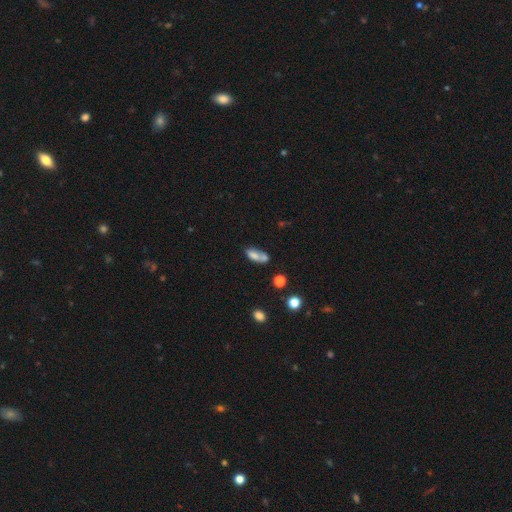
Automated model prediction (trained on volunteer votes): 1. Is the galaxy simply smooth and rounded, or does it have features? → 70% smooth, 20% featured or disk, 10% star or artifact.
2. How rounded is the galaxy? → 79% in between, 15% cigar-shaped, 6% round.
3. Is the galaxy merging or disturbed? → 43% merger, 31% none, 17% minor disturbance, 9% major disturbance.